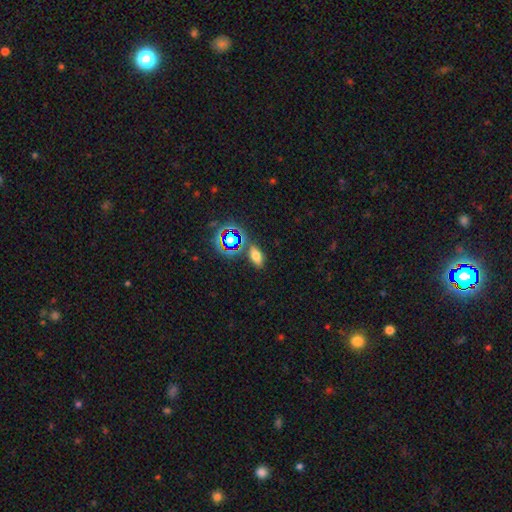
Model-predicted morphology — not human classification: Smooth or featured? Predicted: smooth (p=0.59). How rounded? Predicted: in between (p=0.79). Merging? Predicted: none (p=0.79).